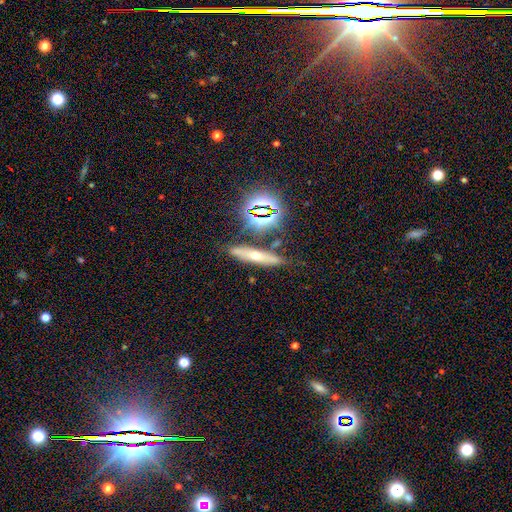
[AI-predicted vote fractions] Overall: smooth (37%, tied with featured or disk). Merging: none (78%).